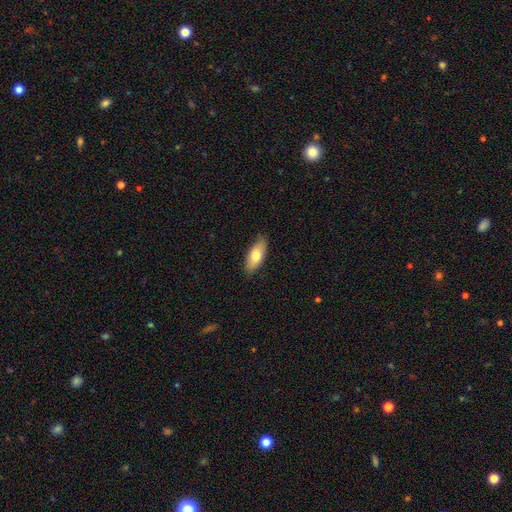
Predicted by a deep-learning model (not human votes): A smooth galaxy with no disk features (73%) that is in between round and cigar-shaped (79%).

Vote fractions:
- Smooth or featured? smooth: 73% / featured or disk: 21% / star or artifact: 6%
- How rounded? in between: 79% / cigar-shaped: 19% / round: 2%
- Merging? none: 84% / minor disturbance: 13% / major disturbance: 2% / merger: 1%